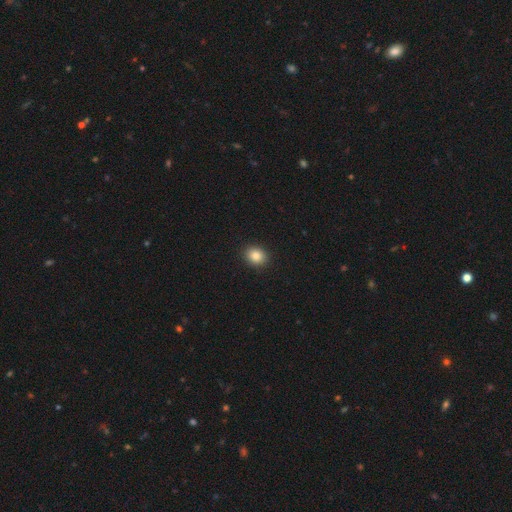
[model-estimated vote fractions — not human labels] The model was most divided on "how rounded": round: 56%, in between: 43%, cigar-shaped: 1%. More confident: merging — none (91%); smooth or featured — smooth (86%).